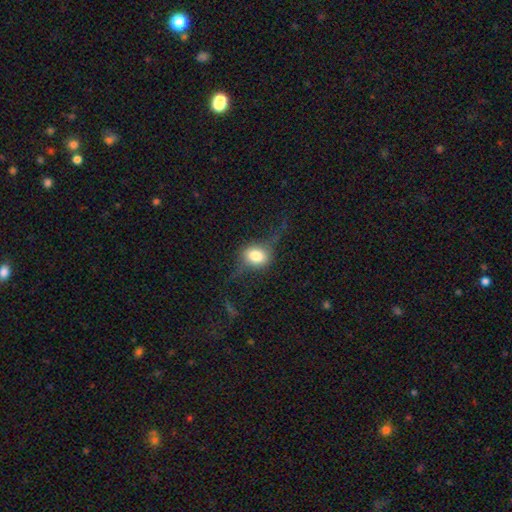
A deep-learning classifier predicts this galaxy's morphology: Smooth or featured: smooth — 52% (featured or disk — 38%)
How rounded: in between — 49% (round — 47%)
Merging: none — 55% (minor disturbance — 23%)